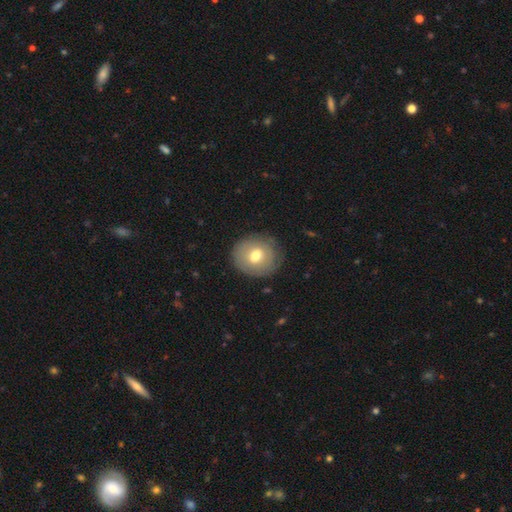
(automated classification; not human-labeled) Smooth or featured: smooth — 65% (featured or disk — 27%)
How rounded: round — 81% (in between — 18%)
Merging: none — 81% (minor disturbance — 13%)